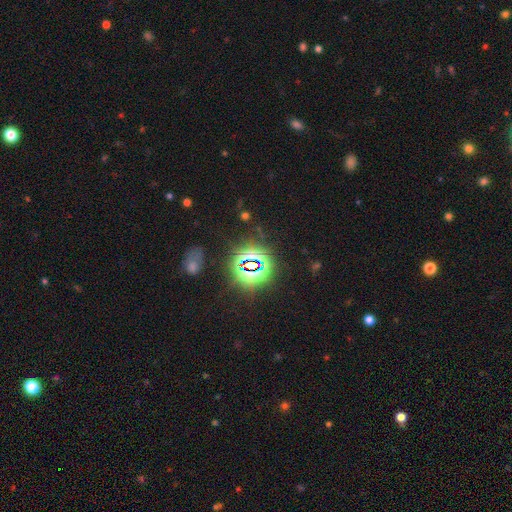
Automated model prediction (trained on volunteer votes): Overall: star or artifact (78%).